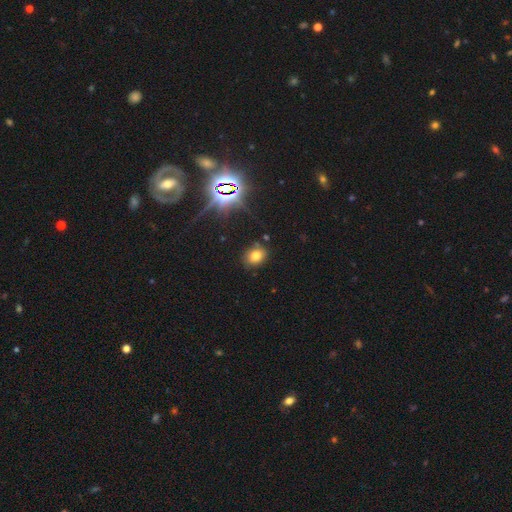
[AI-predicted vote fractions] smooth_or_featured: smooth (p=0.71) [alt: star or artifact p=0.19]
how_rounded: in between (p=0.54) [alt: round p=0.44]
merging: none (p=0.80) [alt: minor disturbance p=0.13]